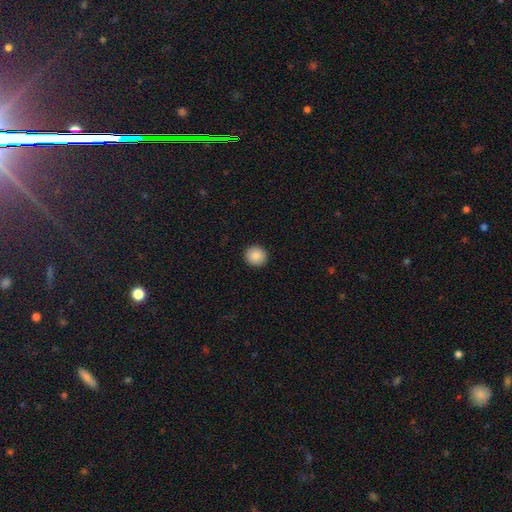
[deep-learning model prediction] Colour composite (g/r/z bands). It shows a smooth galaxy with no disk features (87%) that is round (91%). Merging: none (93%).